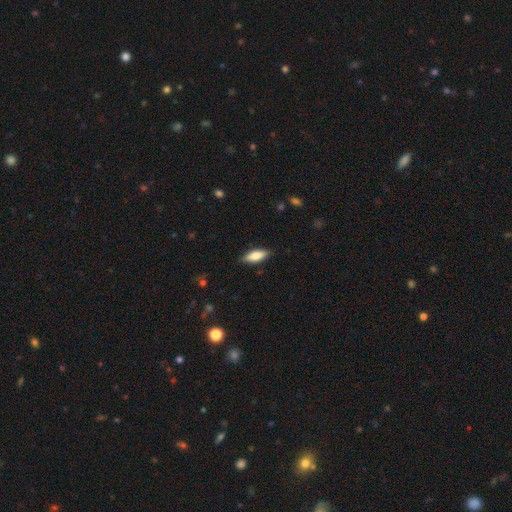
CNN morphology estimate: This is likely a smooth galaxy (78%). How rounded: likely in between (67%). Merging: clearly none (86%).